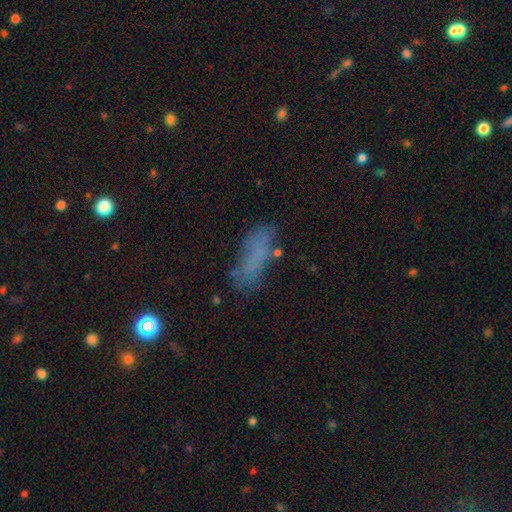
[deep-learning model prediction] Smooth or featured: smooth — 63% (featured or disk — 21%)
How rounded: in between — 53% (cigar-shaped — 44%)
Merging: none — 59% (minor disturbance — 22%)